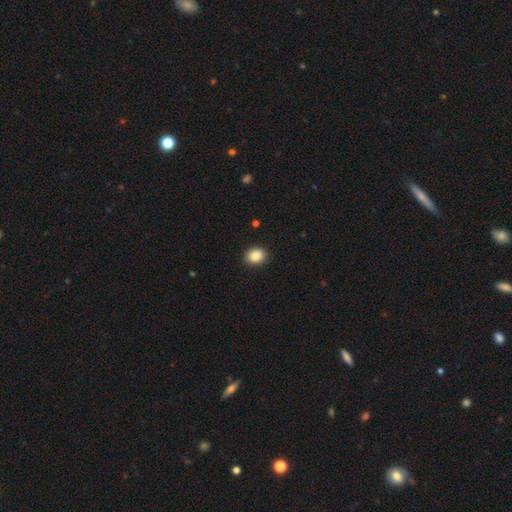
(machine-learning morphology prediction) smooth_or_featured: smooth (p=0.88) [alt: star or artifact p=0.08]
how_rounded: in between (p=0.59) [alt: round p=0.40]
merging: none (p=0.89) [alt: minor disturbance p=0.08]